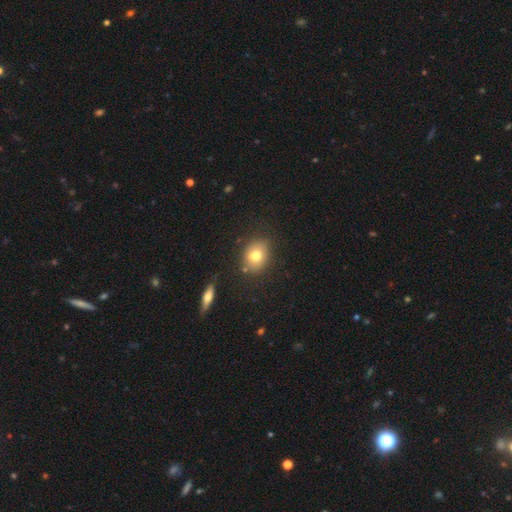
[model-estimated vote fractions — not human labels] Smooth or featured? smooth (76%)
How rounded? round (54%)
Merging? none (78%)